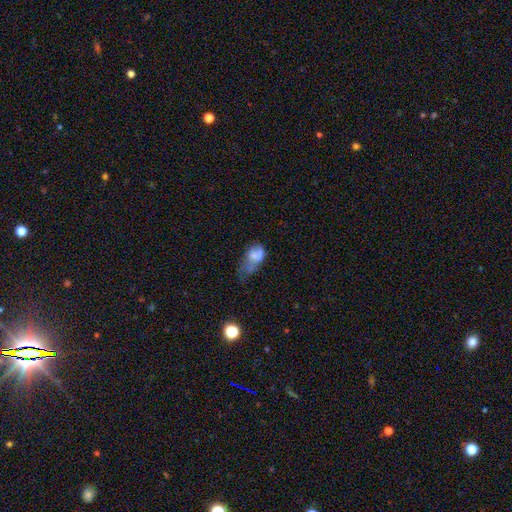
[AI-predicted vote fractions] Smooth or featured? smooth (60%)
How rounded? in between (84%)
Merging? major disturbance (47%)